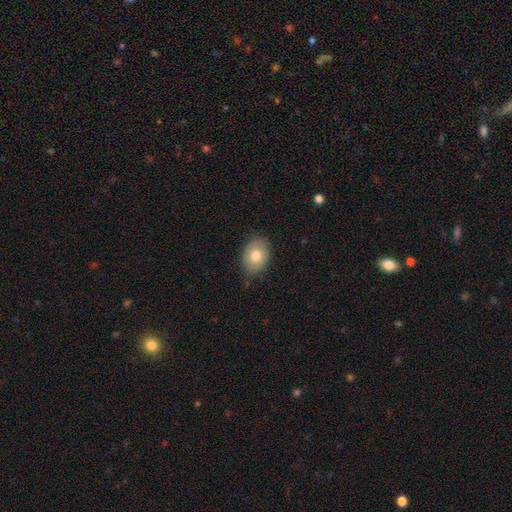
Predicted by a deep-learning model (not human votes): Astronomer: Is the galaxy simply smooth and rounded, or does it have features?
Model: smooth — 76%.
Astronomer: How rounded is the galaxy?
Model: in between — 70%.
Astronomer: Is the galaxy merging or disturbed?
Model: none — 80%.